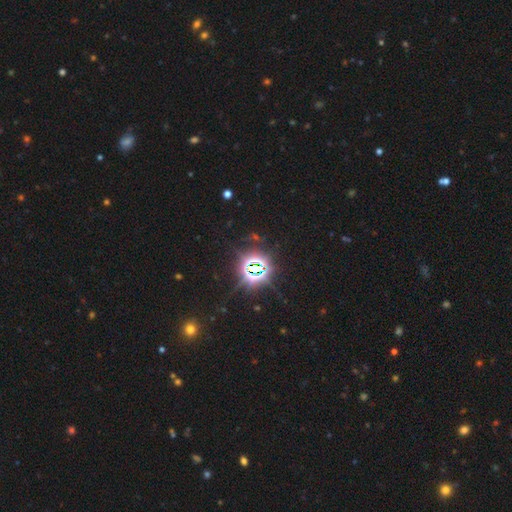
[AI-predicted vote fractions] smooth-or-featured: star or artifact: 82% | smooth: 10% | featured or disk: 8%